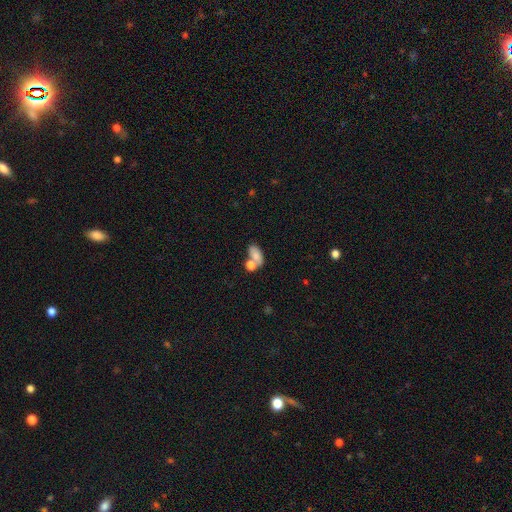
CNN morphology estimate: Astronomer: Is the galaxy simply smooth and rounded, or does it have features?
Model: smooth — 77%.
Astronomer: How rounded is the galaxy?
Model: in between — 87%.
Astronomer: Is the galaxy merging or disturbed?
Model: merger — 41% (runner-up: none, 39%).